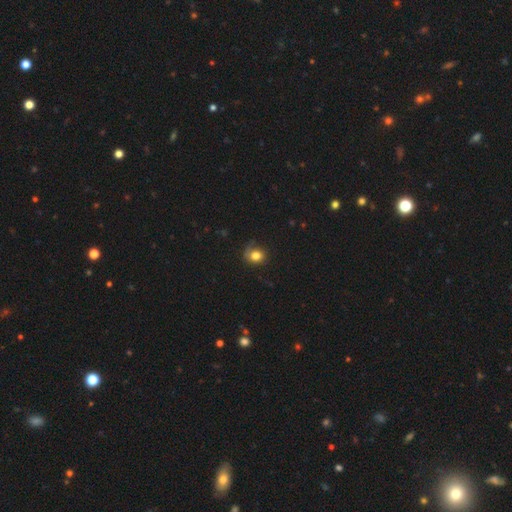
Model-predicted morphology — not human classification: Smooth or featured?
  - smooth: 76% *
  - featured or disk: 14%
  - star or artifact: 10%
How rounded?
  - round: 72% *
  - in between: 27%
  - cigar-shaped: 1%
Merging?
  - none: 59% *
  - minor disturbance: 25%
  - major disturbance: 14%
  - merger: 2%